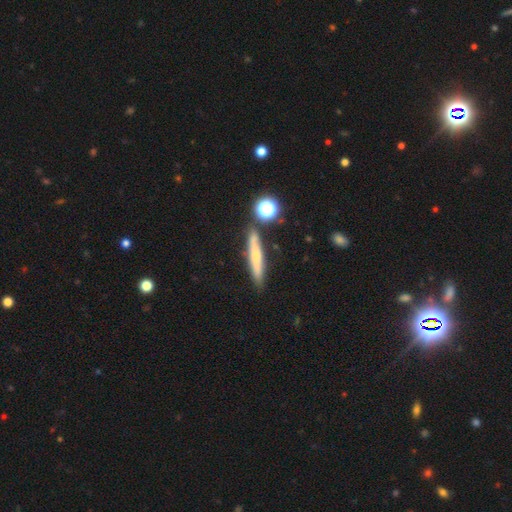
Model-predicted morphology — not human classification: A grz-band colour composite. It shows a smooth galaxy with no disk features (51%) that is cigar-shaped (88%). Merging: none (80%).